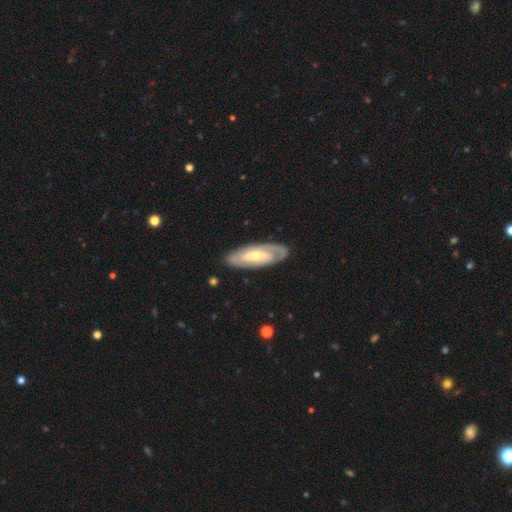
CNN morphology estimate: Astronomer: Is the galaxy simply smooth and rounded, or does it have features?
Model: featured or disk — 77%.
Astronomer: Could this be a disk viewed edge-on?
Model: no — 89%.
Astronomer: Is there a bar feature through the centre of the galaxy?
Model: no — 53% (runner-up: weak, 33%).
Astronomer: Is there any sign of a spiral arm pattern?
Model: yes — 87%.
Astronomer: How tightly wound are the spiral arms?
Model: tight — 62%.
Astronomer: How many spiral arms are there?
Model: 2 — 58%.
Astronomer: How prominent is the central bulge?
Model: small — 48% (runner-up: moderate, 47%).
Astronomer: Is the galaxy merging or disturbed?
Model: none — 81%.